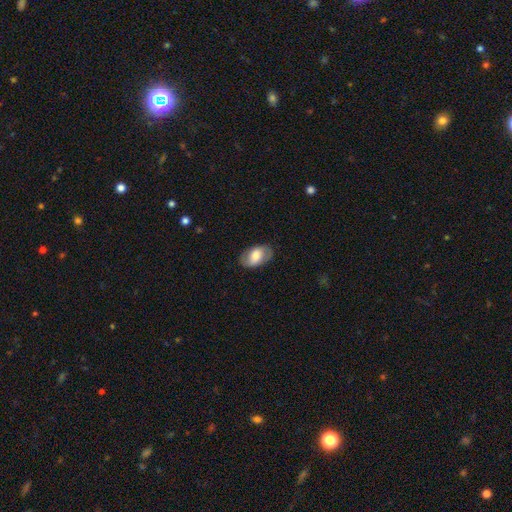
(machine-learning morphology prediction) This appears to be a smooth galaxy with no disk features (60%) that is in between round and cigar-shaped (90%). Merging: none (82%).